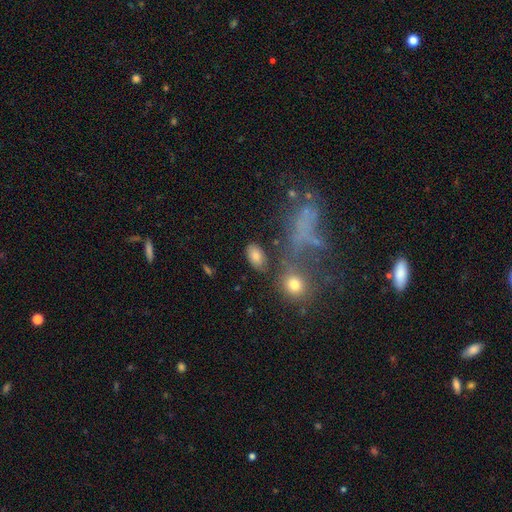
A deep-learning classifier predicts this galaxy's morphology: This appears to be a smooth galaxy with no disk features (80%) that is in between round and cigar-shaped (90%). Merging: none (75%).